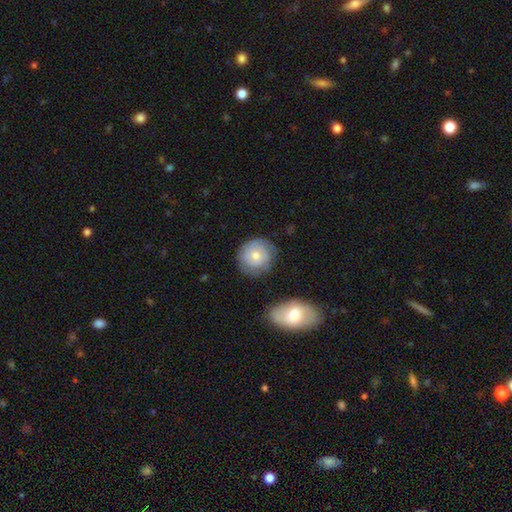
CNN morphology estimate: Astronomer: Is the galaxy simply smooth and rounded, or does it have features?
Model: smooth — 57% (runner-up: featured or disk, 37%).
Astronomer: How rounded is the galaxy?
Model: round — 88%.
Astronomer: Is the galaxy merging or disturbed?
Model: none — 73%.